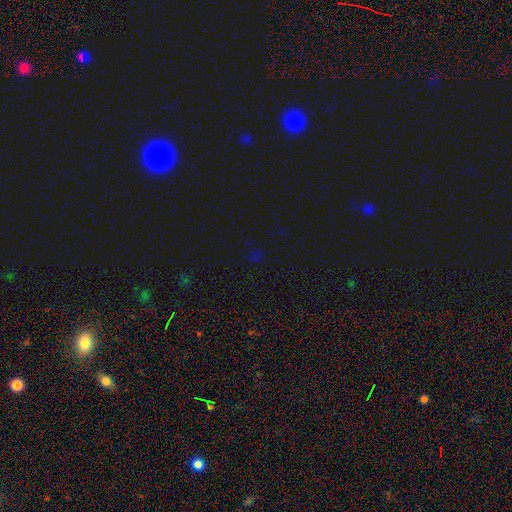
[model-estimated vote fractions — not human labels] A star or artifact, not a galaxy (66%).